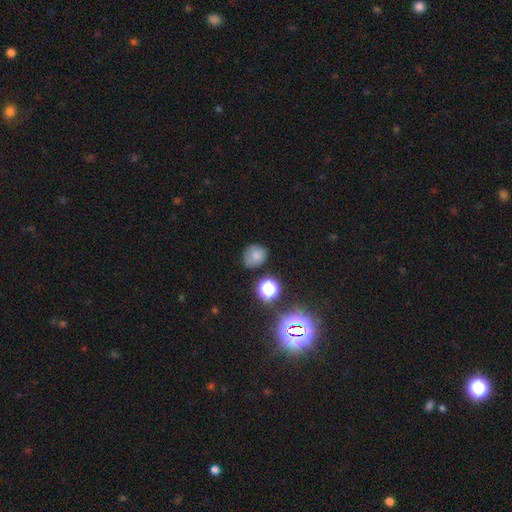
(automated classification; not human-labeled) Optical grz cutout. It shows a smooth galaxy with no disk features (74%) that is round (61%). Merging: none (69%).